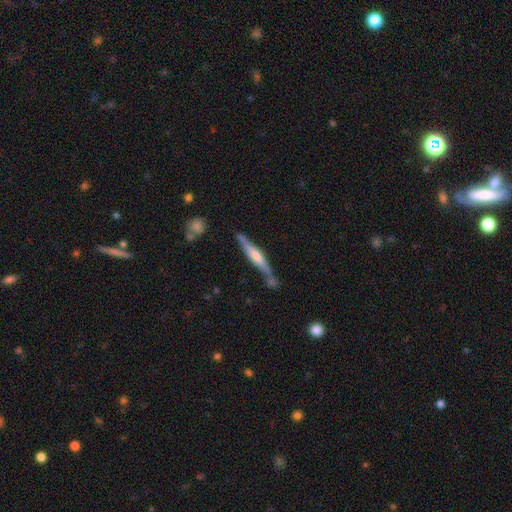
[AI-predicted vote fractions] The model was most divided on "smooth or featured": featured or disk: 66%, smooth: 28%, star or artifact: 6%. More confident: edge-on disk — yes (96%); merging — none (74%); edge-on bulge — rounded (63%).